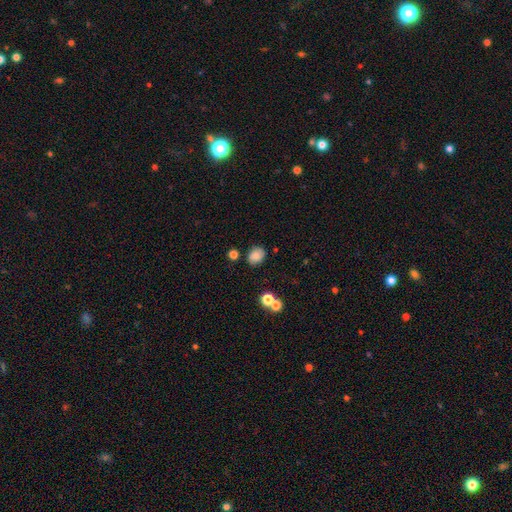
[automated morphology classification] Smooth or featured: smooth — 81% (star or artifact — 11%)
How rounded: in between — 50% (round — 49%)
Merging: none — 78% (minor disturbance — 14%)